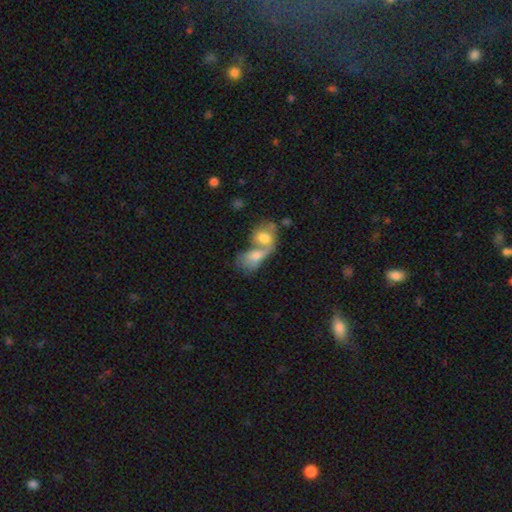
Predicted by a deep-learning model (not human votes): A smooth galaxy with no disk features (62%) that is in between round and cigar-shaped (77%).

Vote fractions:
- Smooth or featured? smooth: 62% / featured or disk: 30% / star or artifact: 8%
- How rounded? in between: 77% / round: 20% / cigar-shaped: 3%
- Merging? merger: 78% / none: 11% / major disturbance: 6% / minor disturbance: 6%